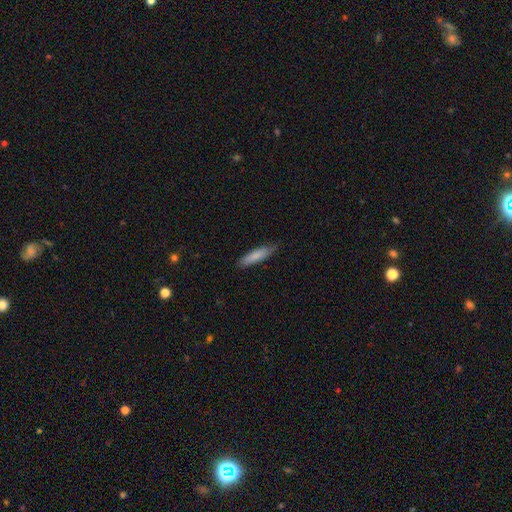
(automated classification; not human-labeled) A smooth galaxy with no disk features (82%) that is cigar-shaped (75%).

Vote fractions:
- Smooth or featured? smooth: 82% / featured or disk: 13% / star or artifact: 5%
- How rounded? cigar-shaped: 75% / in between: 24% / round: 1%
- Merging? none: 80% / minor disturbance: 17% / major disturbance: 2% / merger: 1%